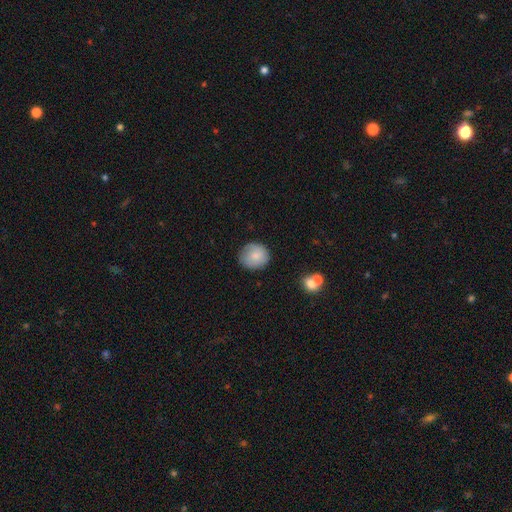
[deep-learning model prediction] This appears to be a smooth galaxy with no disk features (80%) that is round (84%). Merging: none (82%).